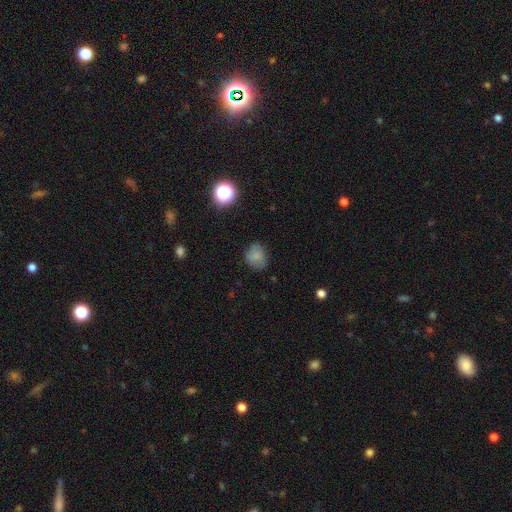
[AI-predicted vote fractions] The model was most divided on "how rounded": round: 63%, in between: 35%, cigar-shaped: 1%. More confident: smooth or featured — smooth (78%); merging — none (70%).